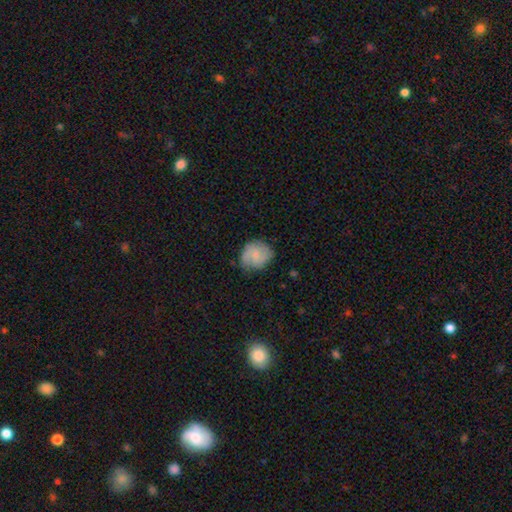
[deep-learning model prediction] A smooth galaxy with no disk features (59%) that is round (78%). Merging: none (67%).